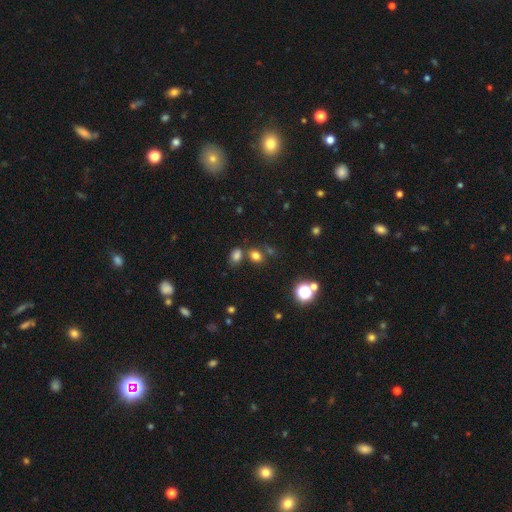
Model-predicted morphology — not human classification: Q: Smooth or featured?
A: smooth (73%); runner-up: star or artifact (20%)
Q: How rounded?
A: in between (58%); runner-up: round (41%)
Q: Merging?
A: none (66%); runner-up: merger (18%)